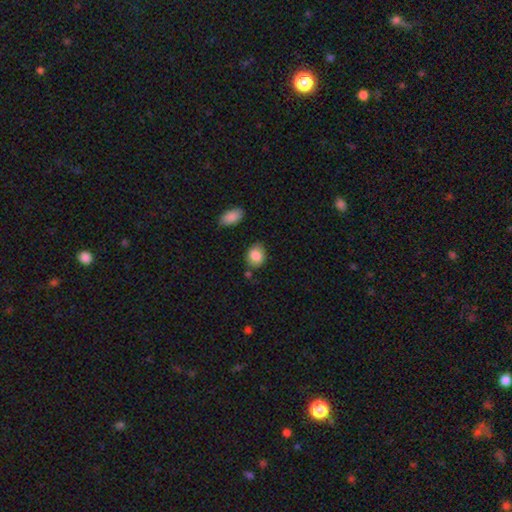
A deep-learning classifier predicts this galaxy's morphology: type=smooth (86%); roundness=in between (52%); merging=none (72%).